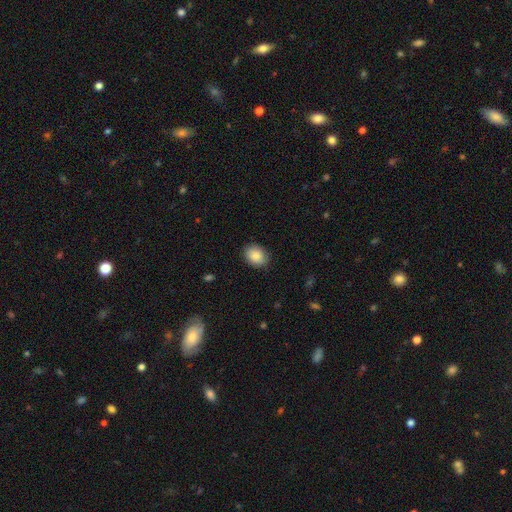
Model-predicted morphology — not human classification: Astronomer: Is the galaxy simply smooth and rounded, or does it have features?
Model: smooth — 85%.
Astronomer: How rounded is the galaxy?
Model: in between — 56% (runner-up: round, 43%).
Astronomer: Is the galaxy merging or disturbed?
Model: none — 86%.